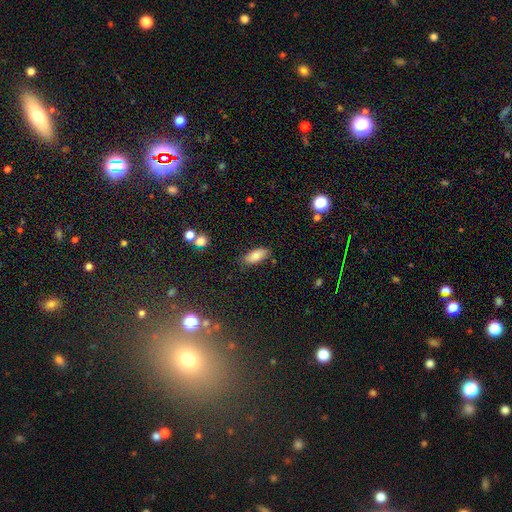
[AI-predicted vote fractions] This appears to be a smooth galaxy with no disk features (82%) that is in between round and cigar-shaped (85%). Merging: none (80%).